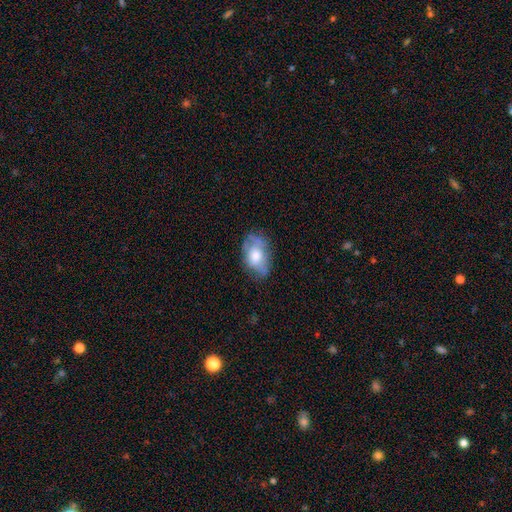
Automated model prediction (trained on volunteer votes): Smooth or featured: smooth — 59% (featured or disk — 34%)
How rounded: in between — 88% (round — 10%)
Merging: none — 54% (minor disturbance — 30%)